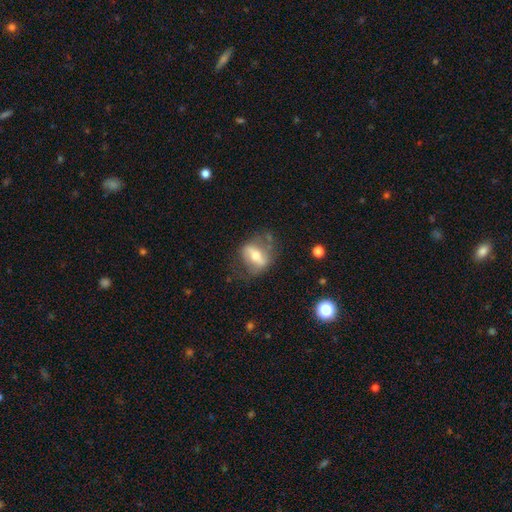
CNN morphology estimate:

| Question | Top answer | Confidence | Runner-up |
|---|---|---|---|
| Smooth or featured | featured or disk | 56% | smooth (36%) |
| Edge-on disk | no | 80% | yes (20%) |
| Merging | none | 58% | minor disturbance (23%) |